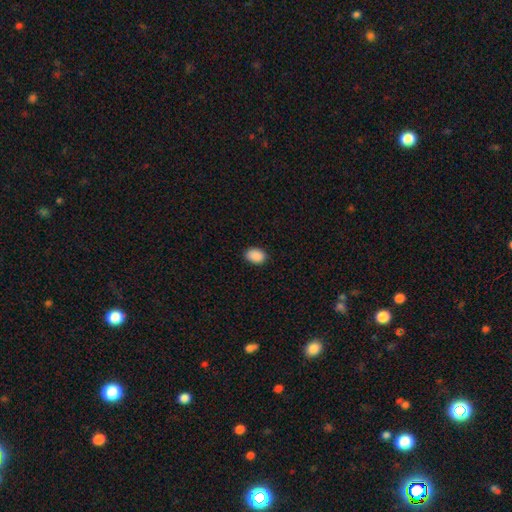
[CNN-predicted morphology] Smooth or featured? Predicted: smooth (p=0.90). How rounded? Predicted: in between (p=0.81). Merging? Predicted: none (p=0.88).